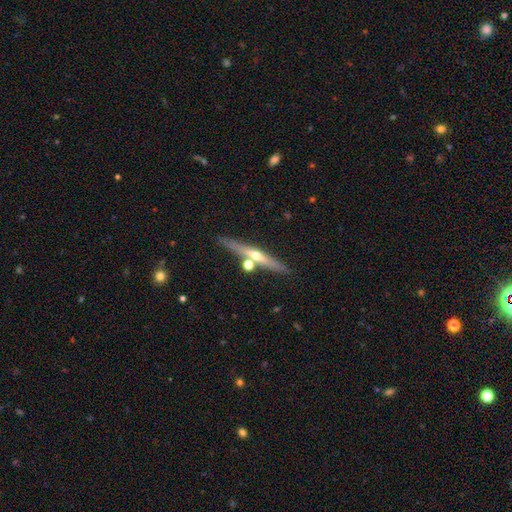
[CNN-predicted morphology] Q: Smooth or featured?
A: featured or disk (60%); runner-up: smooth (33%)
Q: Edge-on disk?
A: yes (93%); runner-up: no (7%)
Q: Edge-on bulge?
A: rounded (84%); runner-up: none (13%)
Q: Merging?
A: none (76%); runner-up: merger (13%)